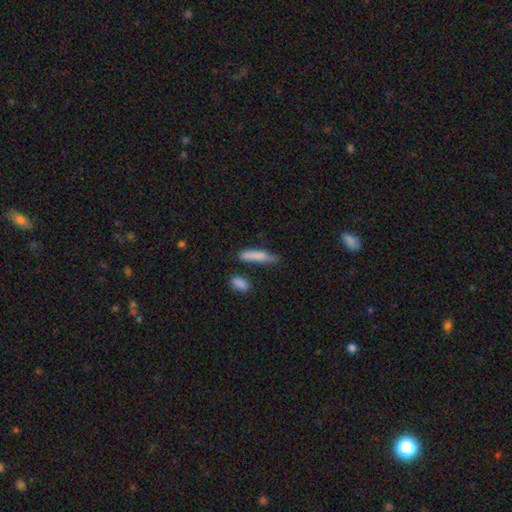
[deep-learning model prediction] smooth 82%, featured or disk 12%, star or artifact 6%. Down the decision tree: how rounded — cigar-shaped (78%); merging — none (62%).